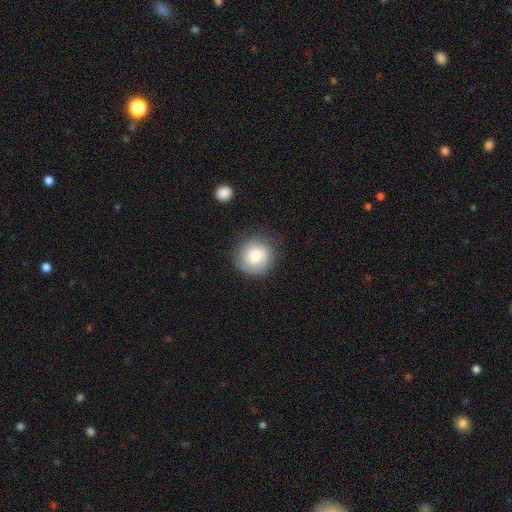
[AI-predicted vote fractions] Overall: smooth (60%; featured or disk 32%). How rounded: round (90%). Merging: none (77%).